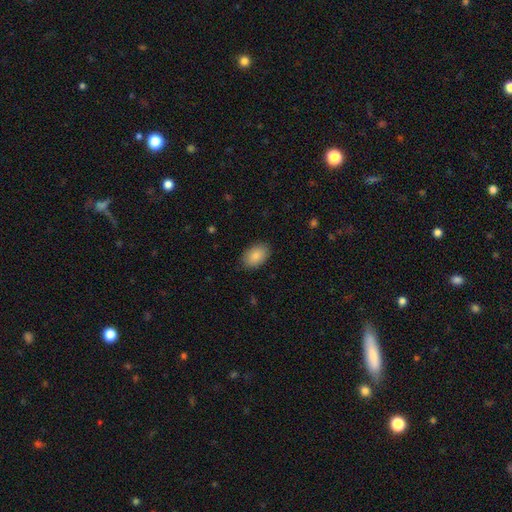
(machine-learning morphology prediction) Q: Smooth or featured?
A: smooth (87%); runner-up: star or artifact (7%)
Q: How rounded?
A: in between (88%); runner-up: round (11%)
Q: Merging?
A: none (87%); runner-up: minor disturbance (10%)